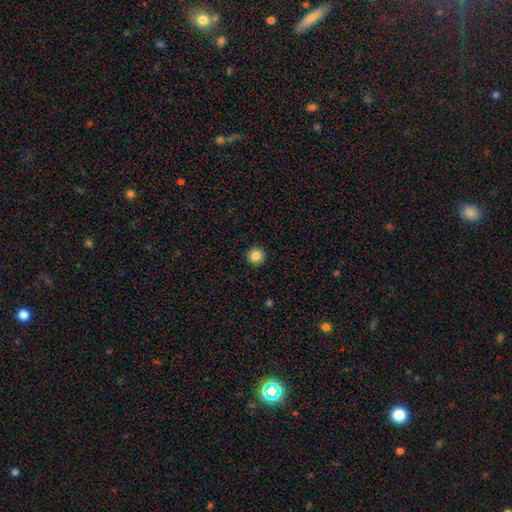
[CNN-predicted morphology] A smooth galaxy with no disk features (85%) that is round (95%). Merging: none (93%).